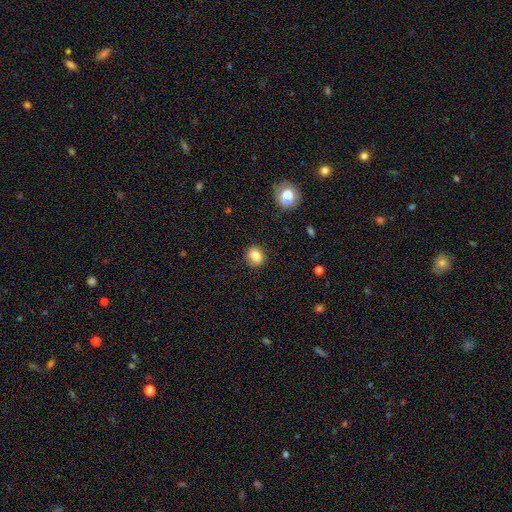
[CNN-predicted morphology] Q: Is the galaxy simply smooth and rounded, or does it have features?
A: smooth — 81%.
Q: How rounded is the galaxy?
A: round — 61%.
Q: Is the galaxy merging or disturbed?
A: none — 89%.